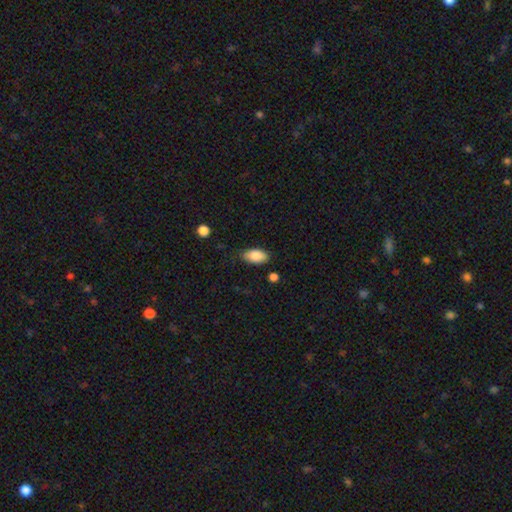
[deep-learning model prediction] smooth 87%, star or artifact 7%, featured or disk 6%. Down the decision tree: how rounded — in between (93%); merging — none (77%).